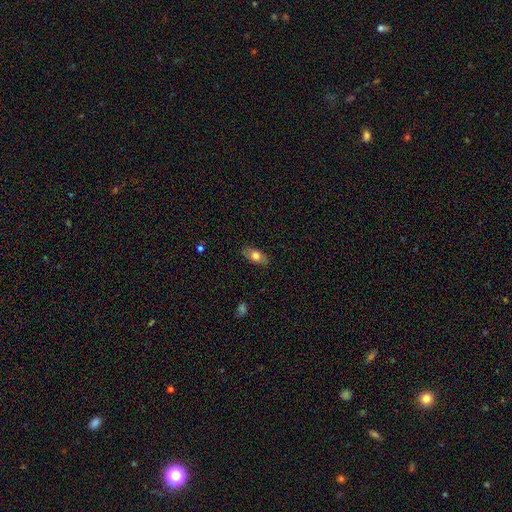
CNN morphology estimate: A smooth galaxy with no disk features (72%) that is in between round and cigar-shaped (85%).

Vote fractions:
- Smooth or featured? smooth: 72% / featured or disk: 21% / star or artifact: 7%
- How rounded? in between: 85% / cigar-shaped: 9% / round: 6%
- Merging? none: 84% / minor disturbance: 12% / major disturbance: 3% / merger: 1%